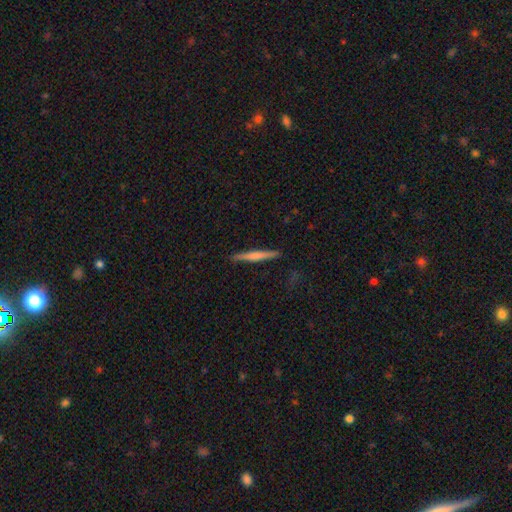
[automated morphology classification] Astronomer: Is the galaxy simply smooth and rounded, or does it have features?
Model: smooth — 52% (runner-up: featured or disk, 43%).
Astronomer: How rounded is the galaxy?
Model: cigar-shaped — 95%.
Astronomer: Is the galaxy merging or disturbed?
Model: none — 90%.